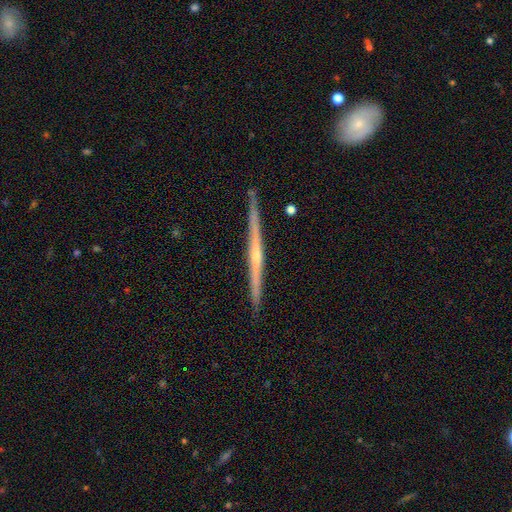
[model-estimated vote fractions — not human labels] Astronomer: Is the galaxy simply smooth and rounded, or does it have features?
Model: featured or disk — 77%.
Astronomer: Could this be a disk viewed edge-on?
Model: yes — 98%.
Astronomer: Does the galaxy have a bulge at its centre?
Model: rounded — 57% (runner-up: none, 39%).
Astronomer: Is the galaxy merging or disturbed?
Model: none — 89%.